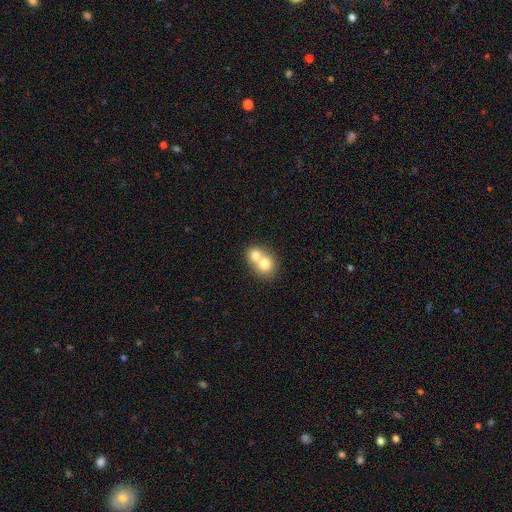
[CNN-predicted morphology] A smooth galaxy with no disk features (71%) that is round (70%). Merging: merger (72%).